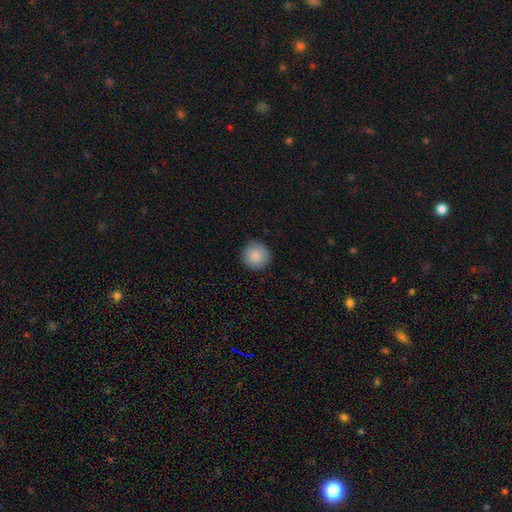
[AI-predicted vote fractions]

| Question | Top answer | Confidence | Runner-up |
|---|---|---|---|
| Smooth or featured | smooth | 89% | star or artifact (7%) |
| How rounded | round | 94% | in between (5%) |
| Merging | none | 90% | minor disturbance (8%) |